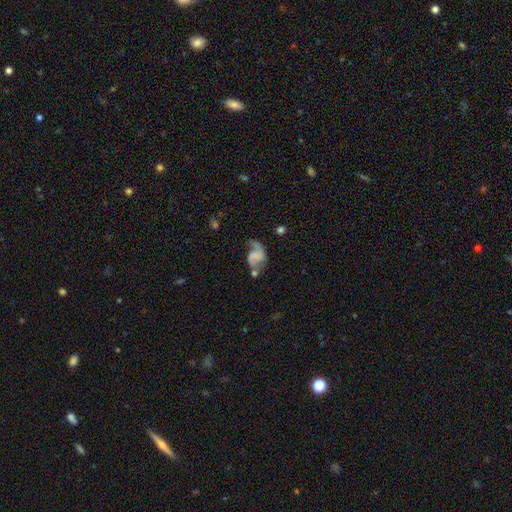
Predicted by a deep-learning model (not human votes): Morphology: type=featured or disk (69%); edge-on=no (98%); bar=no (52%); spiral arms=yes (89%); winding=loose (64%); arm count=2 (84%); bulge=none (67%); merging=none (43%).